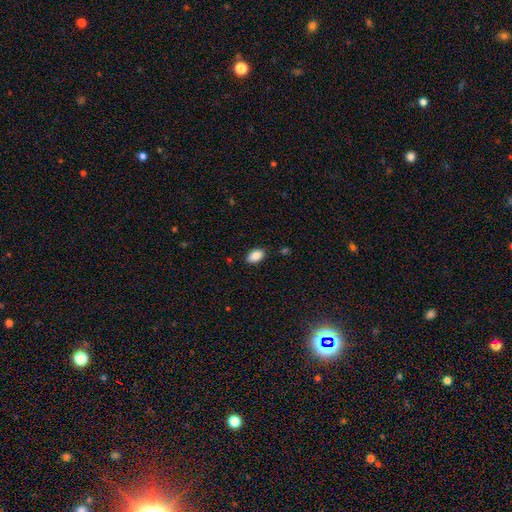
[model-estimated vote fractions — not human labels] A smooth galaxy with no disk features (89%) that is in between round and cigar-shaped (92%).

Vote fractions:
- Smooth or featured? smooth: 89% / star or artifact: 8% / featured or disk: 4%
- How rounded? in between: 92% / round: 7% / cigar-shaped: 2%
- Merging? none: 86% / minor disturbance: 11% / major disturbance: 2% / merger: 1%